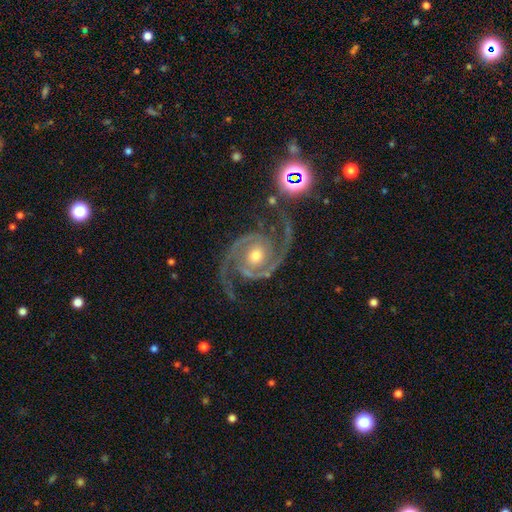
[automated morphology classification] featured or disk 94%, star or artifact 4%, smooth 2%. Down the decision tree: edge-on disk — no (98%); bar — no (68%); spiral arms — yes (99%); spiral arm count — 2 (93%); spiral winding — medium (56%); bulge size — moderate (69%); merging — none (75%).